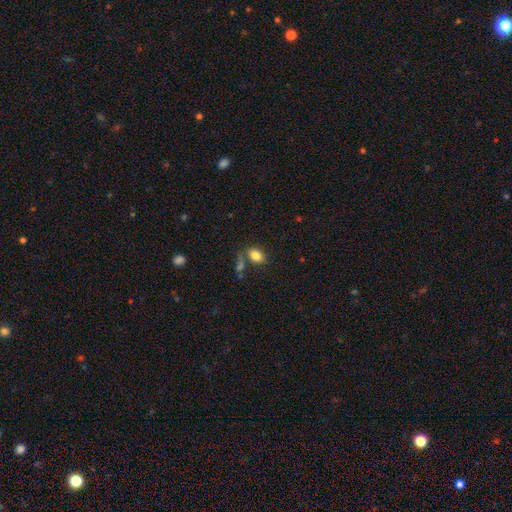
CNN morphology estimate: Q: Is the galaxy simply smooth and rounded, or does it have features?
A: smooth — 83%.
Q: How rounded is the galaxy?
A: in between — 79%.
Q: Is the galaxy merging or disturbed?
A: none — 67%.